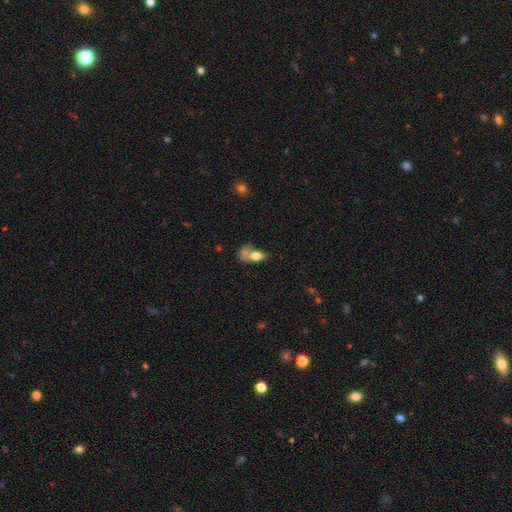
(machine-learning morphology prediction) smooth 72%, featured or disk 18%, star or artifact 10%. Down the decision tree: how rounded — in between (80%); merging — merger (40%).